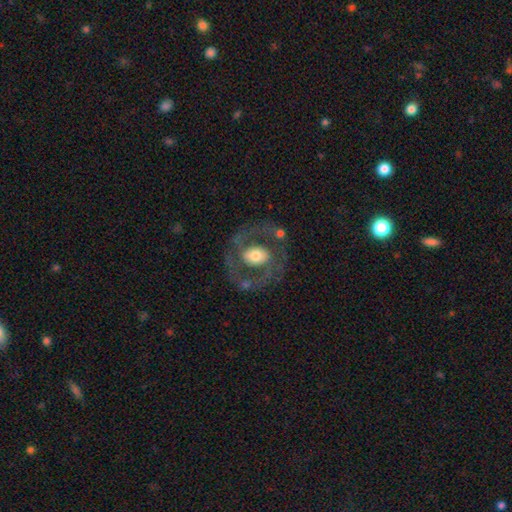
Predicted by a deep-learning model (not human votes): Q: Smooth or featured?
A: featured or disk (74%); runner-up: smooth (20%)
Q: Edge-on disk?
A: no (97%); runner-up: yes (3%)
Q: Bar?
A: no (48%); runner-up: weak (33%)
Q: Spiral arms?
A: yes (67%); runner-up: no (33%)
Q: Bulge size?
A: moderate (55%); runner-up: large (28%)
Q: Merging?
A: none (72%); runner-up: minor disturbance (13%)